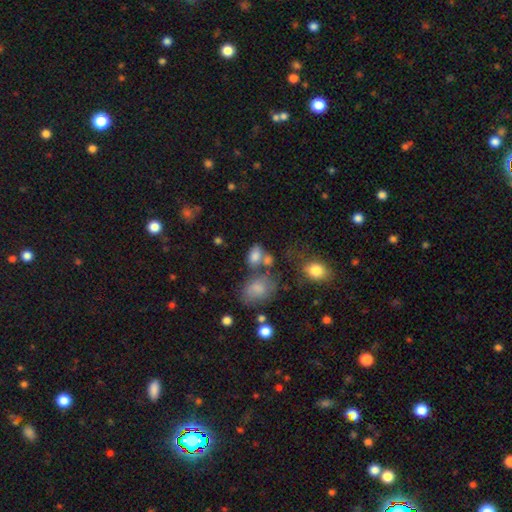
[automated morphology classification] Smooth or featured? Predicted: smooth (p=0.77). How rounded? Predicted: in between (p=0.81). Merging? Predicted: none (p=0.44).